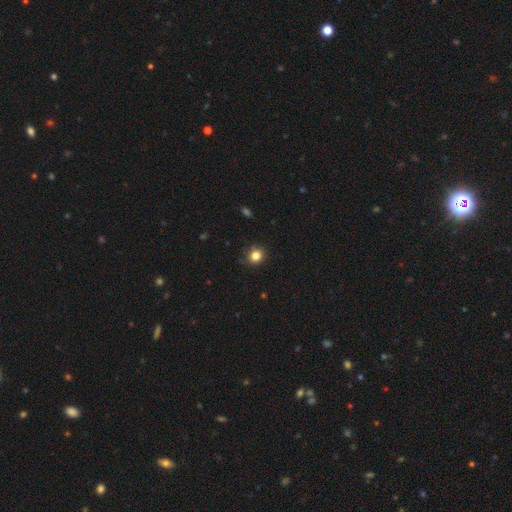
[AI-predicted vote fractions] This appears to be a smooth galaxy with no disk features (83%) that is round (88%). Merging: none (84%).